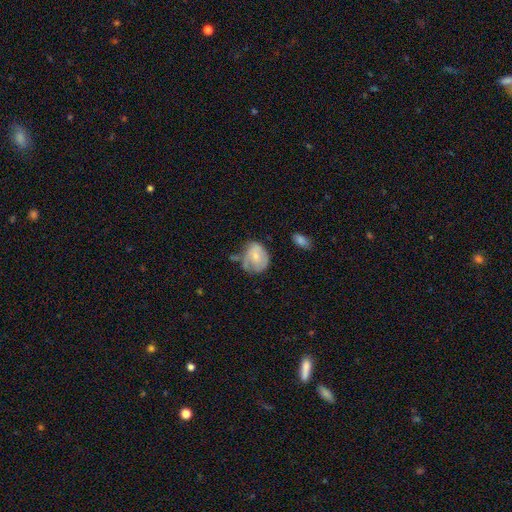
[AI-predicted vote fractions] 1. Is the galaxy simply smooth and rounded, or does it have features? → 59% smooth, 33% featured or disk, 7% star or artifact.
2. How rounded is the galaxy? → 55% round, 44% in between, 1% cigar-shaped.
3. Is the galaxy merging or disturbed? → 36% none (tied), 36% minor disturbance (tied), 20% major disturbance, 8% merger.